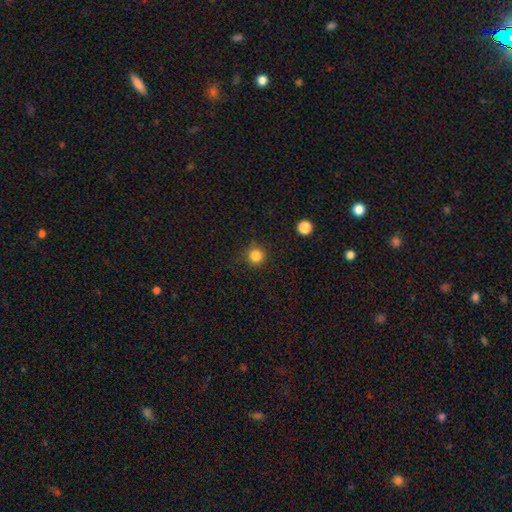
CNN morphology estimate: A smooth galaxy with no disk features (83%) that is round (94%).

Vote fractions:
- Smooth or featured? smooth: 83% / star or artifact: 12% / featured or disk: 4%
- How rounded? round: 94% / in between: 5% / cigar-shaped: 1%
- Merging? none: 84% / minor disturbance: 11% / major disturbance: 4% / merger: 2%